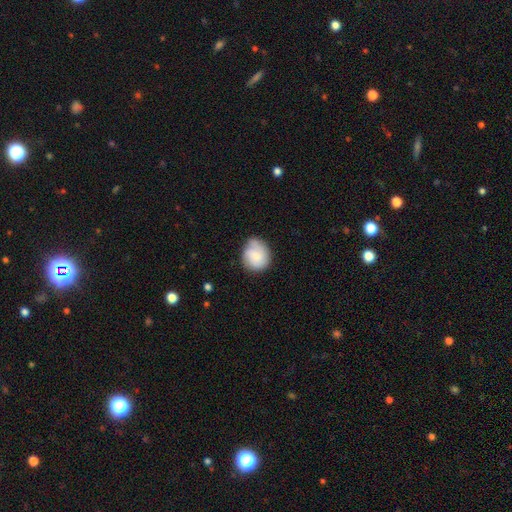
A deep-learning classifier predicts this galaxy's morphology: Smooth or featured? Predicted: smooth (p=0.67). How rounded? Predicted: round (p=0.70). Merging? Predicted: none (p=0.63).